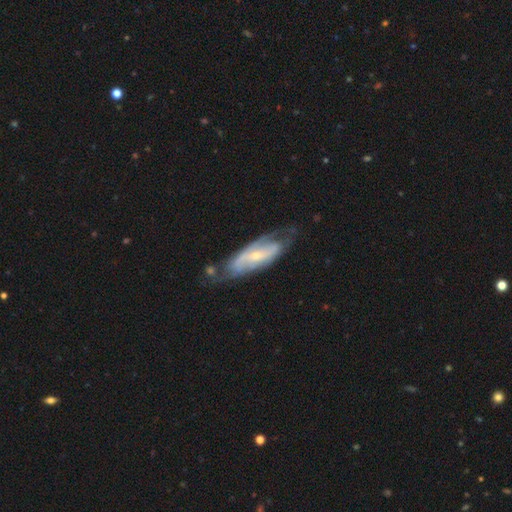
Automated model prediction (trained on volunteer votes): The model was most divided on "bar": weak: 37%, no: 35%, strong: 28%. Remaining: edge-on disk — no (83%); spiral arms — yes (83%); smooth or featured — featured or disk (76%); bulge size — small (69%); spiral arm count — 2 (62%); merging — none (56%); spiral winding — medium (41%).